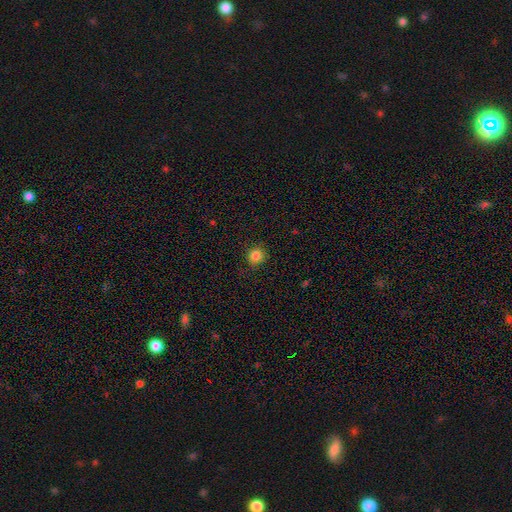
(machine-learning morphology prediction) This is clearly a smooth galaxy (84%). How rounded: clearly round (84%). Merging: clearly none (89%).